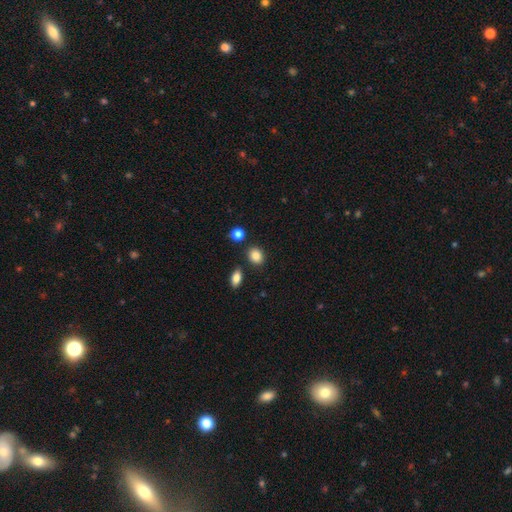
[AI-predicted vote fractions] This is clearly a smooth galaxy (85%). How rounded: possibly round (51%). Merging: clearly none (83%).